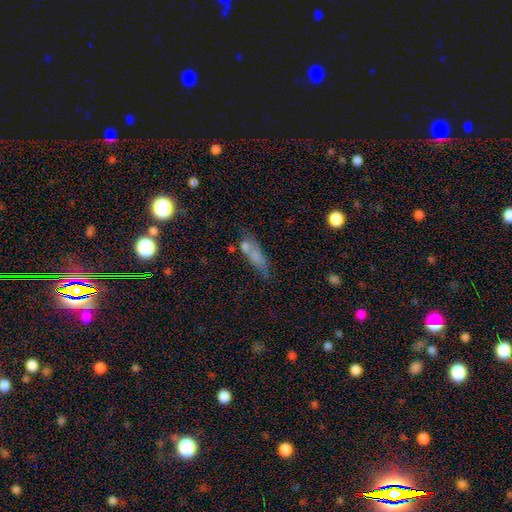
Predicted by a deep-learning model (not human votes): A smooth galaxy with no disk features (64%) that is in between round and cigar-shaped (52%). Merging: none (44%).